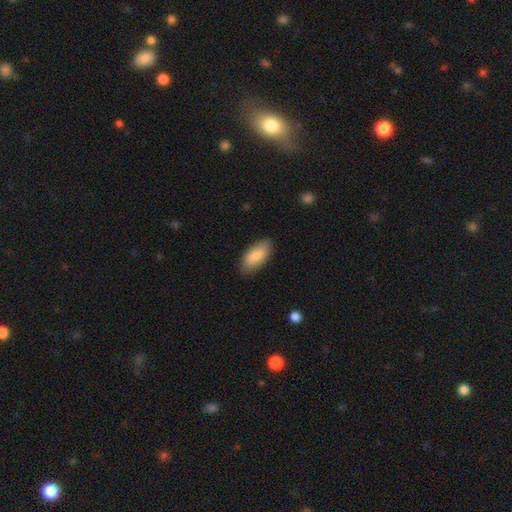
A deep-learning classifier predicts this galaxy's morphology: smooth 84%, featured or disk 10%, star or artifact 6%. Down the decision tree: how rounded — in between (91%); merging — none (85%).